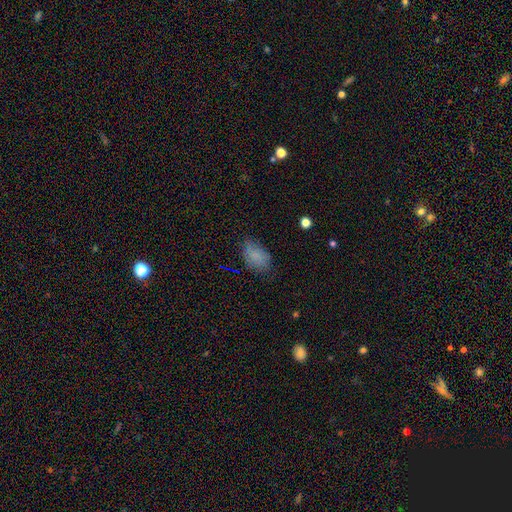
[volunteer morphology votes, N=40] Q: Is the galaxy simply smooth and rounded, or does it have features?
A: smooth — 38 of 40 (95%).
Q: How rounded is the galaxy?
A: in between — 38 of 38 (100%).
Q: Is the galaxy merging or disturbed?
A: none — 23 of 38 (61%).